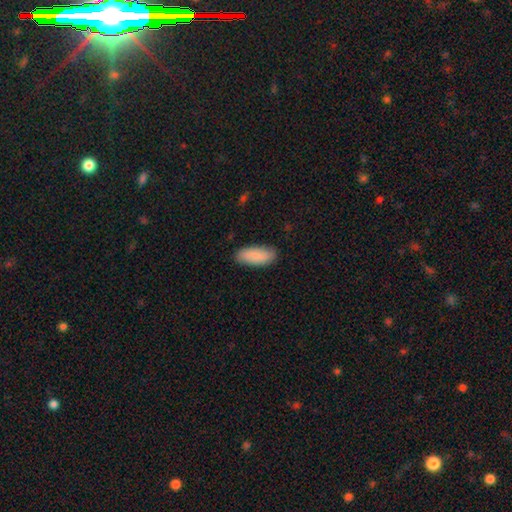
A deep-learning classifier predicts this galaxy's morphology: Smooth or featured: smooth — 86% (featured or disk — 9%)
How rounded: in between — 82% (cigar-shaped — 16%)
Merging: none — 85% (minor disturbance — 12%)